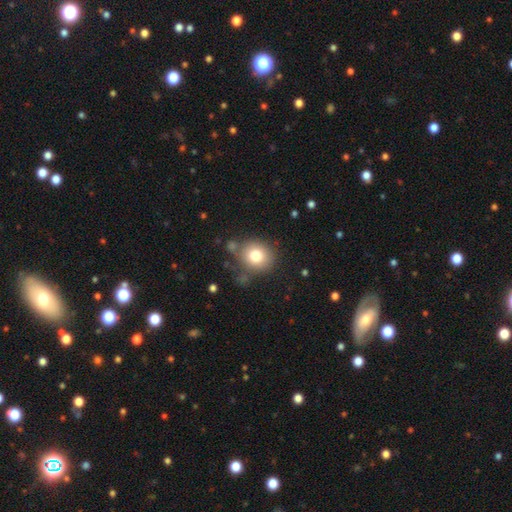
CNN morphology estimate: type=smooth (78%); roundness=round (78%); merging=none (70%).